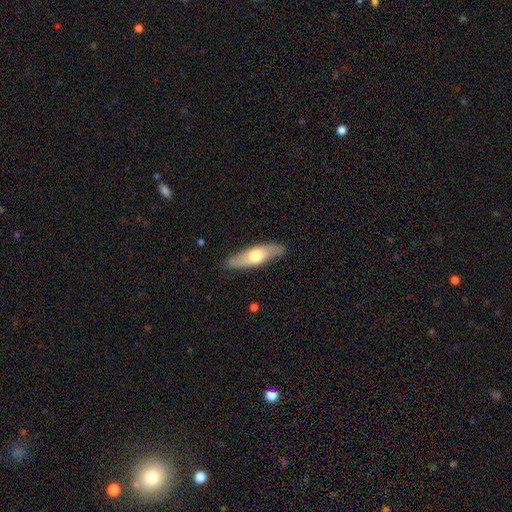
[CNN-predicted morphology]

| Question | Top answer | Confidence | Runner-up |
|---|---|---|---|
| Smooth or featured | smooth | 56% | featured or disk (39%) |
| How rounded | cigar-shaped | 50% | in between (48%) |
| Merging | none | 85% | minor disturbance (12%) |